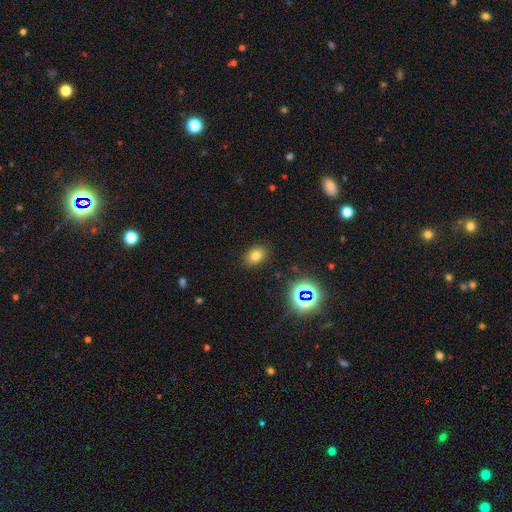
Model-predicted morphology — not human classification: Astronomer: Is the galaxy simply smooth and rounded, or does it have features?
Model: smooth — 72%.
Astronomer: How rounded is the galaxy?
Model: in between — 68%.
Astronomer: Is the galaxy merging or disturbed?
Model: none — 88%.